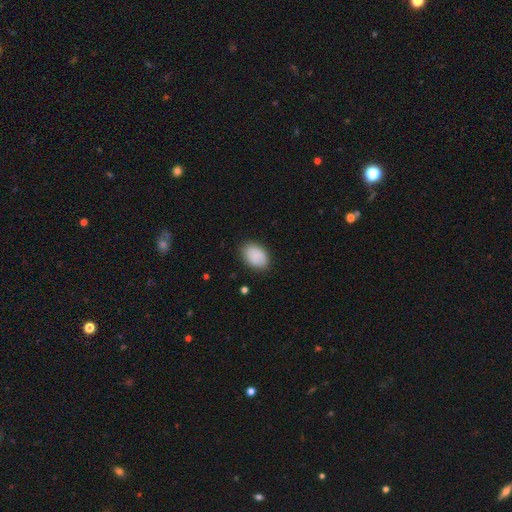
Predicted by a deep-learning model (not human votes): Smooth or featured? smooth (80%)
How rounded? in between (81%)
Merging? none (82%)